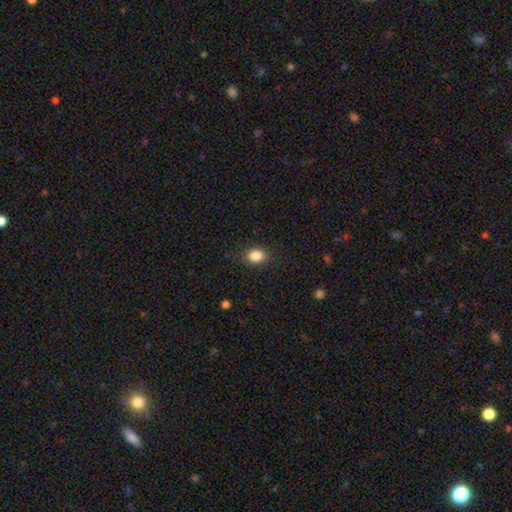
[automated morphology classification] Q: Smooth or featured?
A: smooth (86%); runner-up: star or artifact (10%)
Q: How rounded?
A: in between (54%); runner-up: round (45%)
Q: Merging?
A: none (86%); runner-up: minor disturbance (10%)